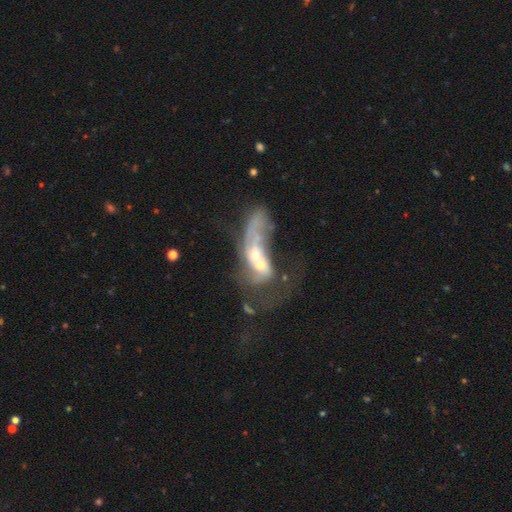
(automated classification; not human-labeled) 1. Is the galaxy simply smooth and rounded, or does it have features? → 64% featured or disk, 25% smooth, 11% star or artifact.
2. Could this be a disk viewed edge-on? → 91% no, 9% yes.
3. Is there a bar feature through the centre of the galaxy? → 78% no, 17% weak, 6% strong.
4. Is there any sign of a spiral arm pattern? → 66% no, 34% yes.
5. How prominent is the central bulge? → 43% moderate, 39% small, 11% none, 5% large, 2% dominant.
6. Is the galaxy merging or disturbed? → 62% merger, 24% major disturbance, 8% none, 6% minor disturbance.